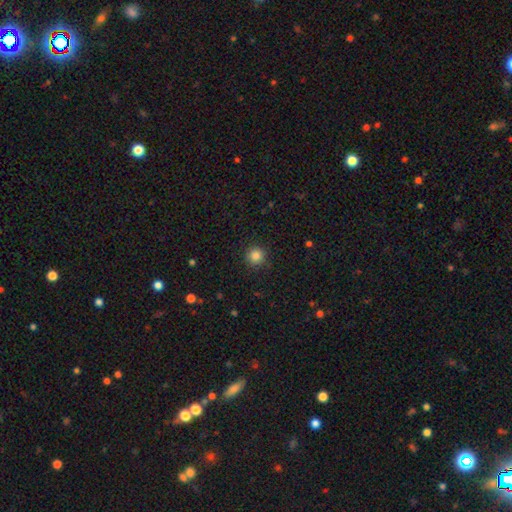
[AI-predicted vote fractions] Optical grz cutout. It shows a smooth galaxy with no disk features (84%) that is round (95%). Merging: none (91%).